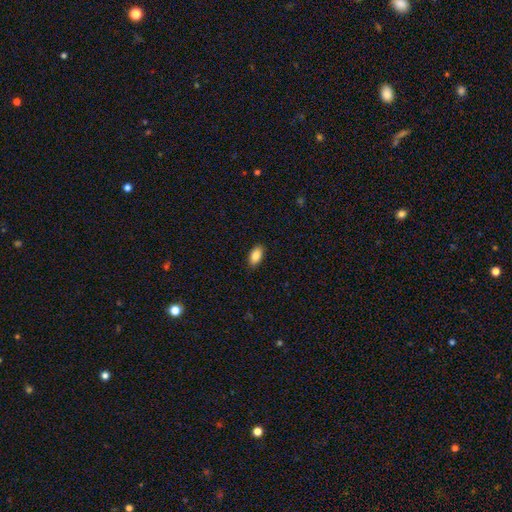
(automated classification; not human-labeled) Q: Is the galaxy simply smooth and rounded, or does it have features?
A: smooth — 87%.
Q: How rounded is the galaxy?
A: in between — 93%.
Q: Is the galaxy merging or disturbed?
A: none — 88%.